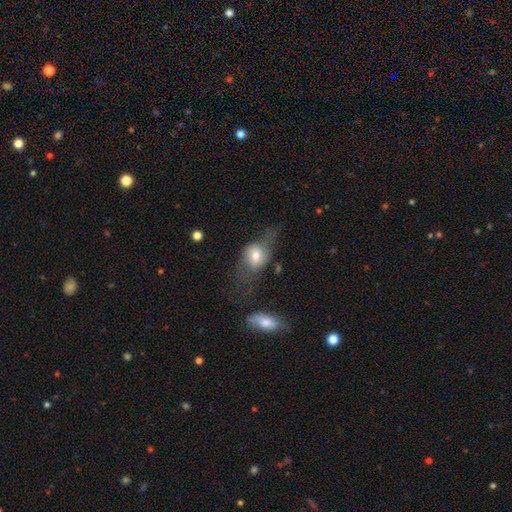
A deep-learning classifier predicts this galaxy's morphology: This is possibly a smooth galaxy (58%). How rounded: possibly in between (56%). Merging: marginally none (36%).